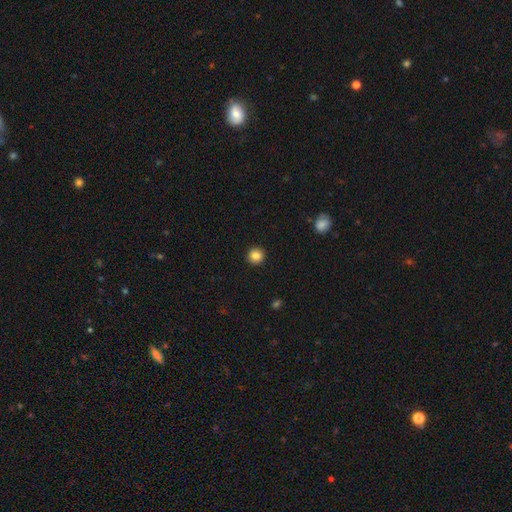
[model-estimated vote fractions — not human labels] Smooth or featured?
  - smooth: 85% *
  - star or artifact: 10%
  - featured or disk: 5%
How rounded?
  - round: 95% *
  - in between: 4%
  - cigar-shaped: 1%
Merging?
  - none: 94% *
  - minor disturbance: 4%
  - major disturbance: 1%
  - merger: 1%